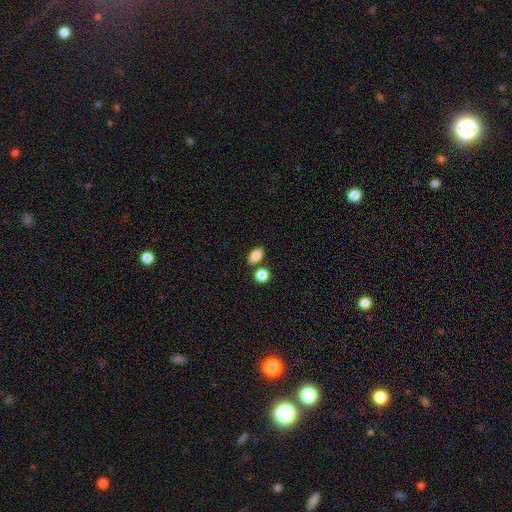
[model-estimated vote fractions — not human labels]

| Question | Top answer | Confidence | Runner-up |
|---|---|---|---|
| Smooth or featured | smooth | 85% | star or artifact (9%) |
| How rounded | in between | 84% | round (13%) |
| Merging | none | 72% | merger (15%) |